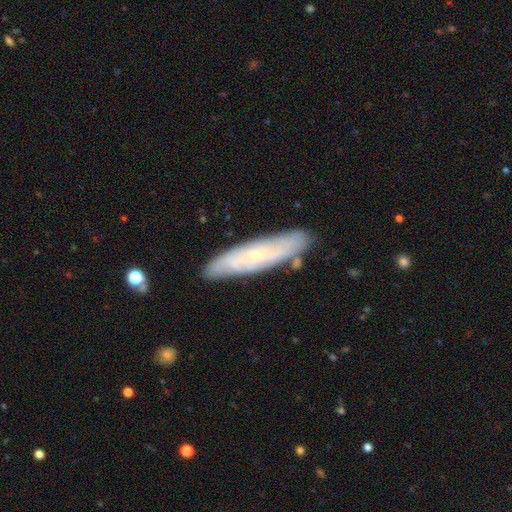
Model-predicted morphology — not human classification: Q: Smooth or featured?
A: featured or disk (61%); runner-up: smooth (32%)
Q: Edge-on disk?
A: no (61%); runner-up: yes (39%)
Q: Merging?
A: none (83%); runner-up: minor disturbance (12%)